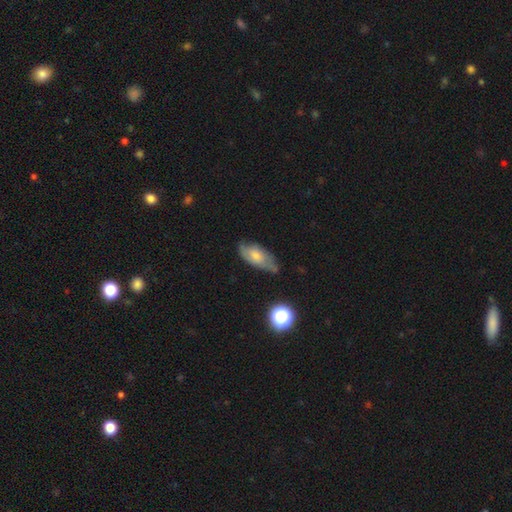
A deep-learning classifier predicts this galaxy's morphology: The model was most divided on "smooth or featured": smooth: 49%, featured or disk: 40%, star or artifact: 11%. More confident: merging — none (60%).